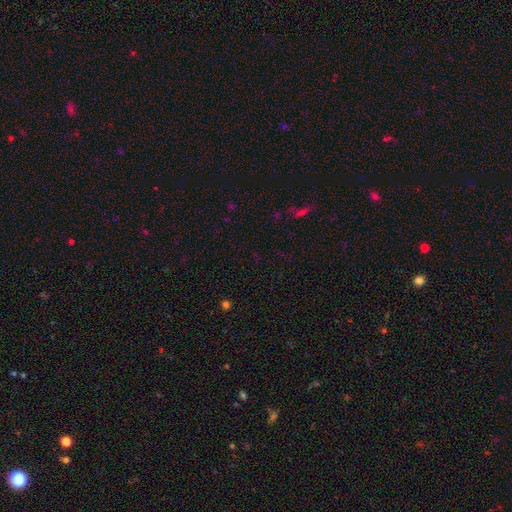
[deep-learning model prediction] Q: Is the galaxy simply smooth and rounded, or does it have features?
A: star or artifact — 67%.